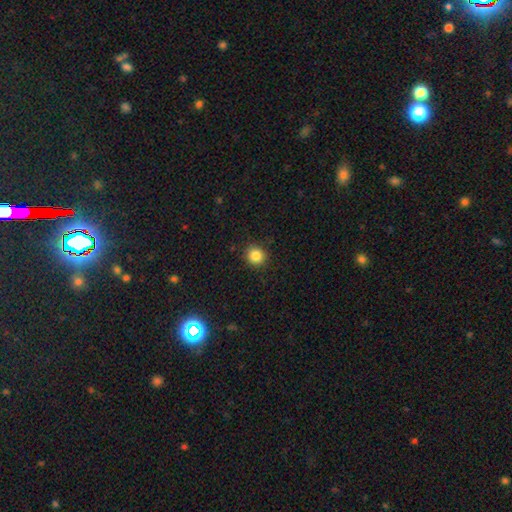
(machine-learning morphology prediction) Smooth or featured?
  - smooth: 84% *
  - star or artifact: 11%
  - featured or disk: 5%
How rounded?
  - round: 89% *
  - in between: 11%
  - cigar-shaped: 1%
Merging?
  - none: 90% *
  - minor disturbance: 7%
  - major disturbance: 2%
  - merger: 1%